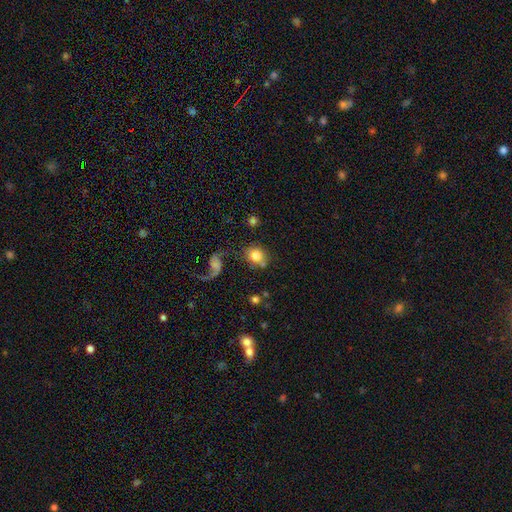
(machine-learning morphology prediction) The model was most divided on "merging": none: 65%, merger: 14%, minor disturbance: 13%, major disturbance: 8%. More confident: how rounded — round (77%); smooth or featured — smooth (74%).